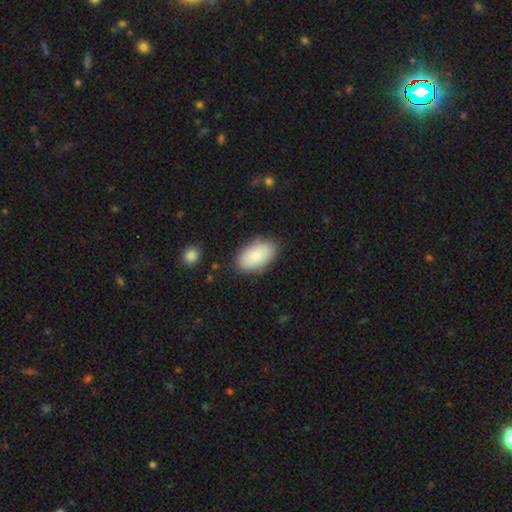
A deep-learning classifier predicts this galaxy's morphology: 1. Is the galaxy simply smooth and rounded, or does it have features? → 87% smooth, 7% featured or disk, 6% star or artifact.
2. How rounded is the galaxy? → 95% in between, 4% round, 2% cigar-shaped.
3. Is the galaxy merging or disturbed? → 82% none, 13% minor disturbance, 3% major disturbance, 2% merger.